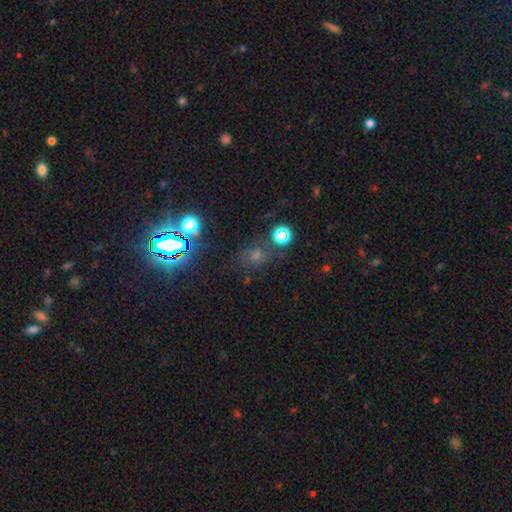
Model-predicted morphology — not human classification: The model was most divided on "smooth or featured": star or artifact: 51%, smooth: 36%, featured or disk: 13%.